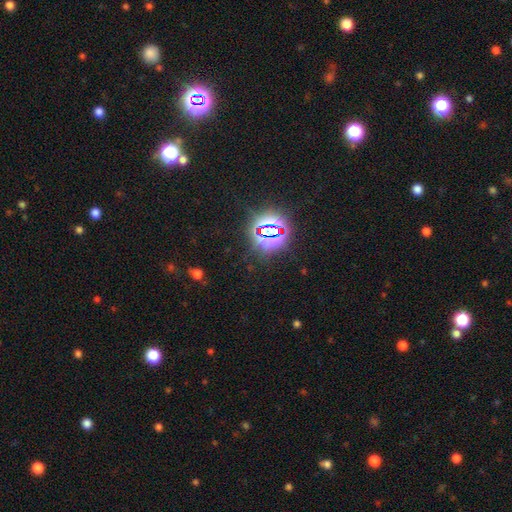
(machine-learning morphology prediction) Smooth or featured? star or artifact (80%)